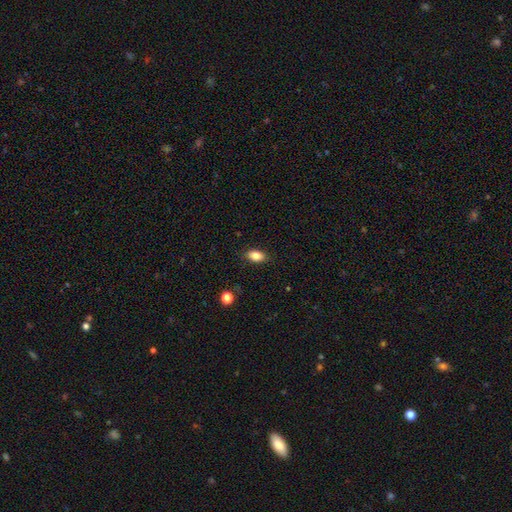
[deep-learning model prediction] smooth-or-featured: smooth: 84% | star or artifact: 9% | featured or disk: 8%
  how-rounded: in between: 89% | round: 8% | cigar-shaped: 3%
  merging: none: 87% | minor disturbance: 10% | major disturbance: 2% | merger: 1%